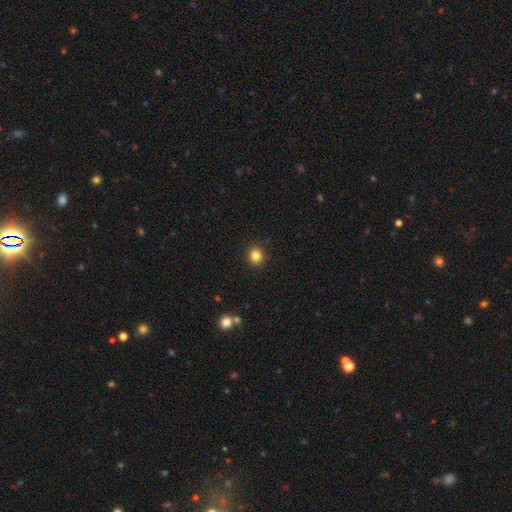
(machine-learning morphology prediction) A smooth galaxy with no disk features (83%) that is round (90%).

Vote fractions:
- Smooth or featured? smooth: 83% / star or artifact: 12% / featured or disk: 5%
- How rounded? round: 90% / in between: 9% / cigar-shaped: 1%
- Merging? none: 91% / minor disturbance: 6% / major disturbance: 2% / merger: 1%